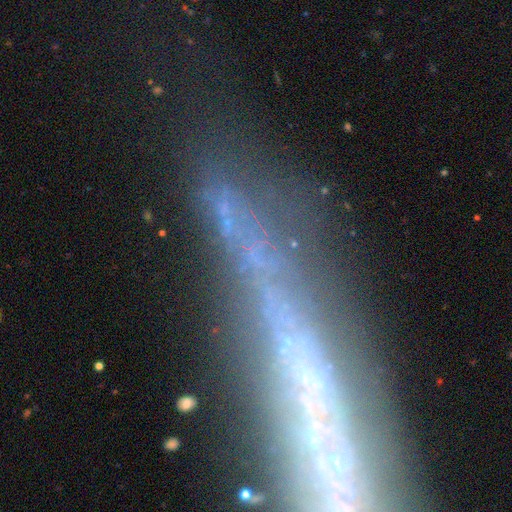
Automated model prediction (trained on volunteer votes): A star or artifact, not a galaxy (42%).

Vote fractions:
- Smooth or featured? star or artifact: 42% / featured or disk: 36% / smooth: 22%